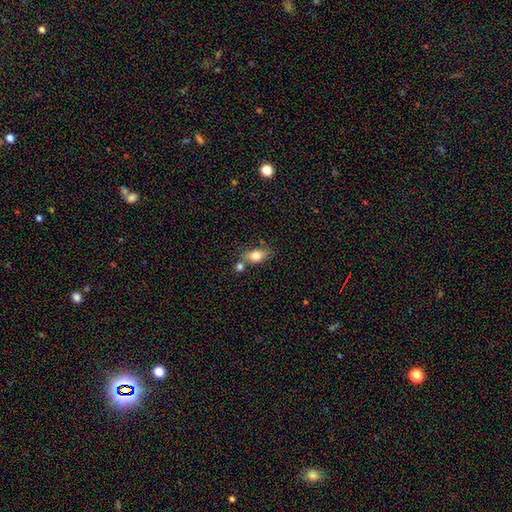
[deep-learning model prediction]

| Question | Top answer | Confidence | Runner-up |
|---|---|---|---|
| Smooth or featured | smooth | 80% | featured or disk (12%) |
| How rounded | in between | 83% | round (11%) |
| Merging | none | 60% | merger (22%) |